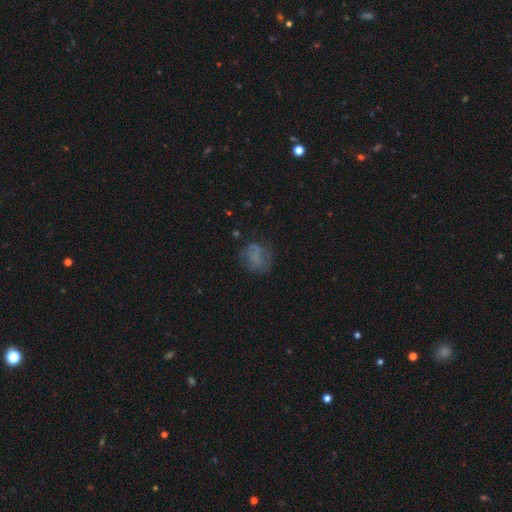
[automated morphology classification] This is possibly a smooth galaxy (56%). How rounded: likely round (60%). Merging: likely none (61%).